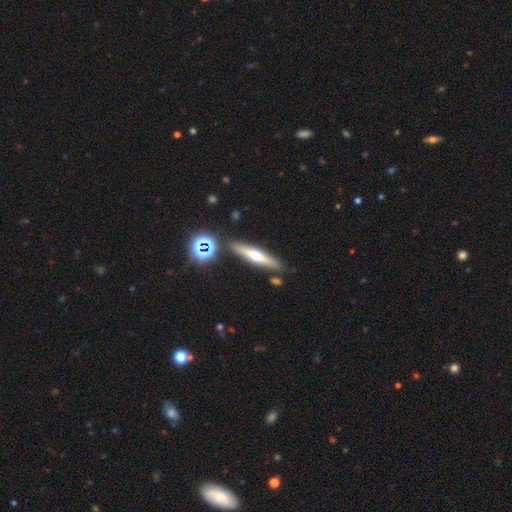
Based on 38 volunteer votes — featured or disk 55%, smooth 34%, star or artifact 11%. Down the decision tree: edge-on disk — yes (90%); edge-on bulge — rounded (100%); merging — none (88%).